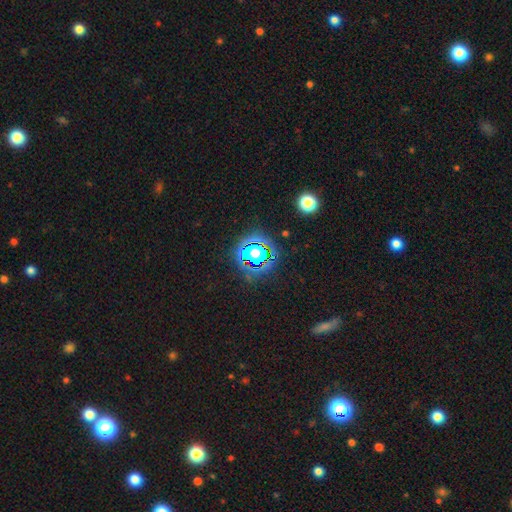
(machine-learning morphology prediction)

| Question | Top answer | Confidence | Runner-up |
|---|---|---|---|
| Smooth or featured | star or artifact | 77% | smooth (15%) |